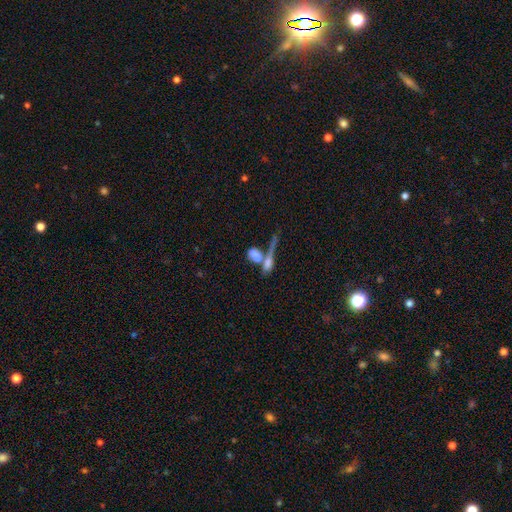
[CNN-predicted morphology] Smooth or featured?
  - smooth: 62% *
  - featured or disk: 27%
  - star or artifact: 11%
How rounded?
  - in between: 67% *
  - cigar-shaped: 18%
  - round: 16%
Merging?
  - merger: 63% *
  - none: 19%
  - major disturbance: 11%
  - minor disturbance: 7%